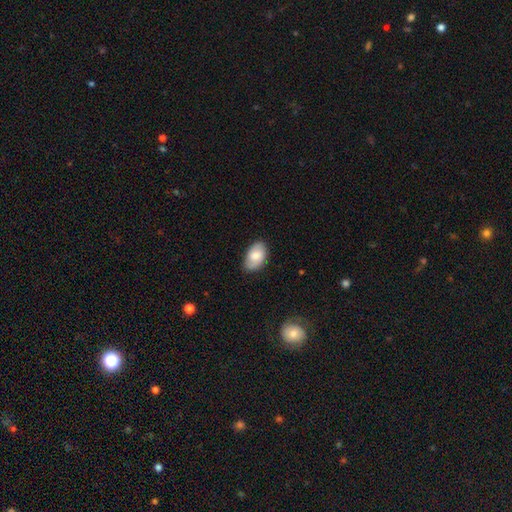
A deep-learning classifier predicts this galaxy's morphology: Smooth or featured? smooth (64%)
How rounded? in between (92%)
Merging? none (79%)